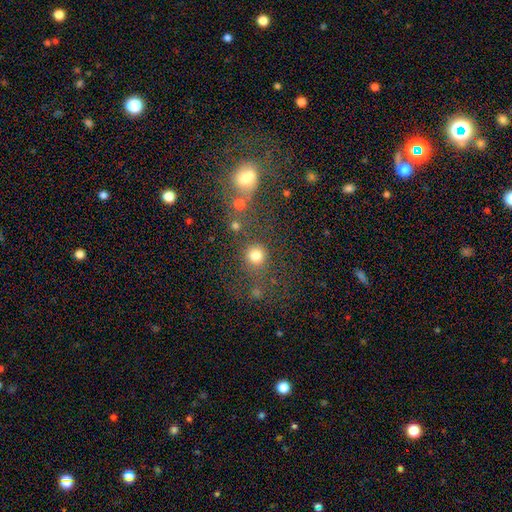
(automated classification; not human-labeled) A smooth galaxy with no disk features (76%) that is round (90%). Merging: none (67%).